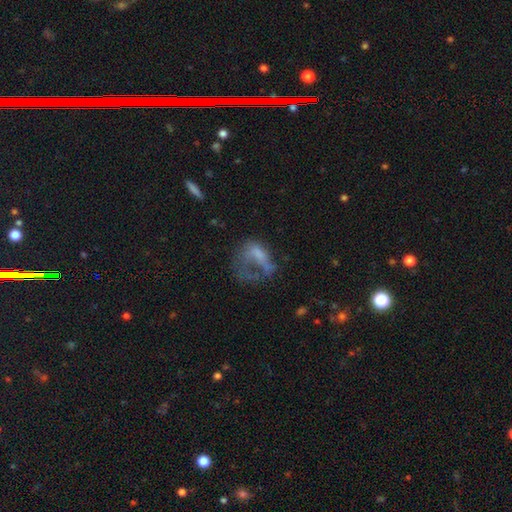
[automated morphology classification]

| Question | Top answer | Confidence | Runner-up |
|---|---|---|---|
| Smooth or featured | featured or disk | 45% | smooth (37%) |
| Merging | major disturbance | 54% | none (24%) |